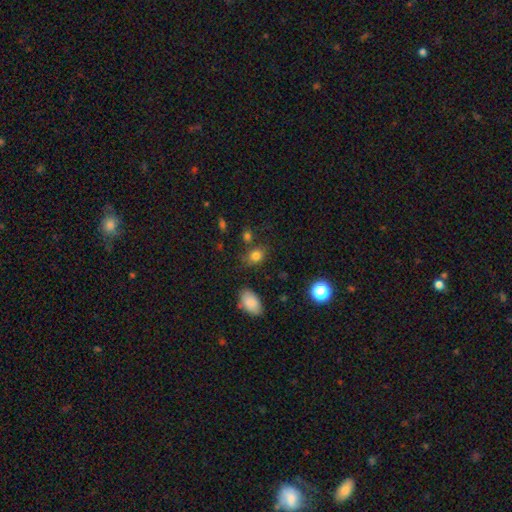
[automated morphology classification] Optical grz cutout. It shows a smooth galaxy with no disk features (81%) that is in between round and cigar-shaped (56%). Merging: none (70%).